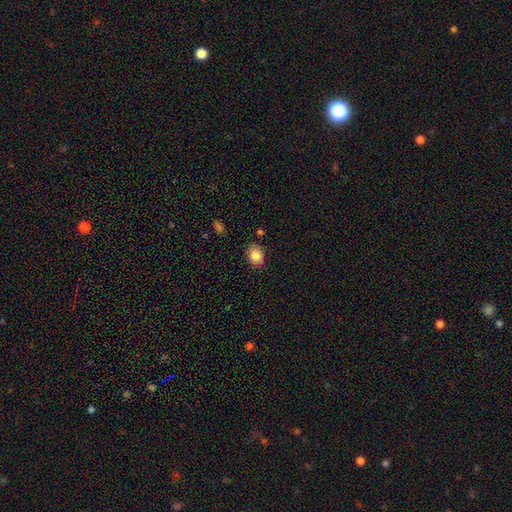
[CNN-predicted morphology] A smooth galaxy with no disk features (84%) that is in between round and cigar-shaped (60%). Merging: none (82%).